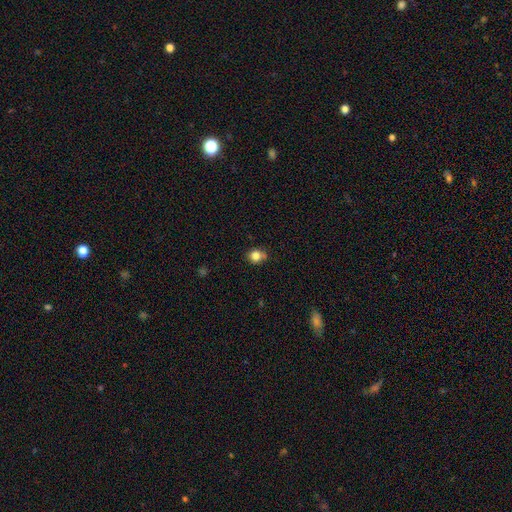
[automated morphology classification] Smooth or featured? smooth (81%)
How rounded? round (77%)
Merging? none (72%)